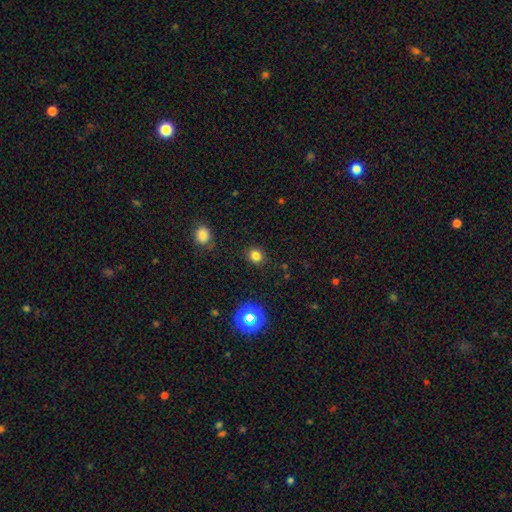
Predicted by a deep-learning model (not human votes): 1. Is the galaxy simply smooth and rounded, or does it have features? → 79% smooth, 17% star or artifact, 5% featured or disk.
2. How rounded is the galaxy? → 75% round, 24% in between, 1% cigar-shaped.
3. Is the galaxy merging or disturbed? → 88% none, 8% minor disturbance, 3% major disturbance, 1% merger.